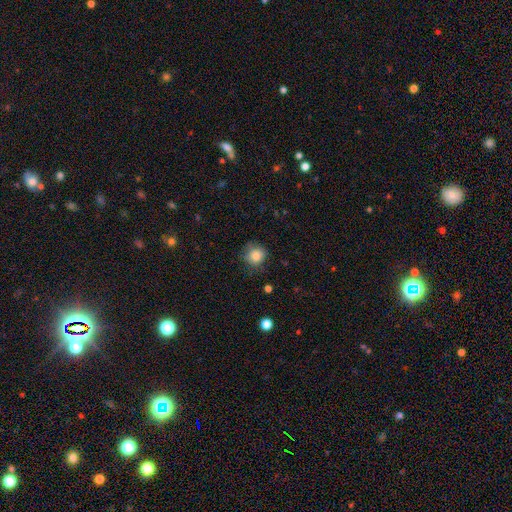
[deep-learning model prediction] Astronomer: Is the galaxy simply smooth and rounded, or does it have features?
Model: smooth — 83%.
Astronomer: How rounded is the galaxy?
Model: round — 84%.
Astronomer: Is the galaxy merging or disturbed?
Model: none — 72%.